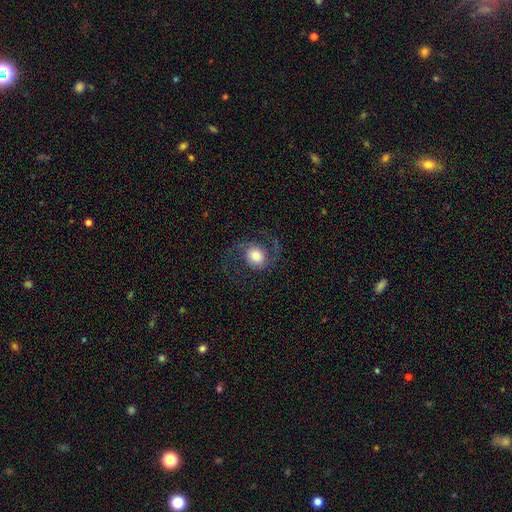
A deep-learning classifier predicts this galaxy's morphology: A featured or disk galaxy (61%) with no bar (68%), 2 (90%) loose (50%) spiral arms (92%) and a moderate central bulge (39%).

Vote fractions:
- Smooth or featured? featured or disk: 61% / smooth: 30% / star or artifact: 9%
- Edge-on disk? no: 97% / yes: 3%
- Bar? no: 68% / weak: 25% / strong: 7%
- Spiral arms? yes: 92% / no: 8%
- Spiral winding? loose: 50% / medium: 41% / tight: 9%
- Spiral arm count? 2: 90% / 1: 4% / can't tell: 3% / 3: 1% / 4: 1% / more than 4: 1%
- Bulge size? moderate: 39% / large: 36% / dominant: 13% / small: 10% / none: 2%
- Merging? none: 68% / major disturbance: 16% / minor disturbance: 14% / merger: 1%